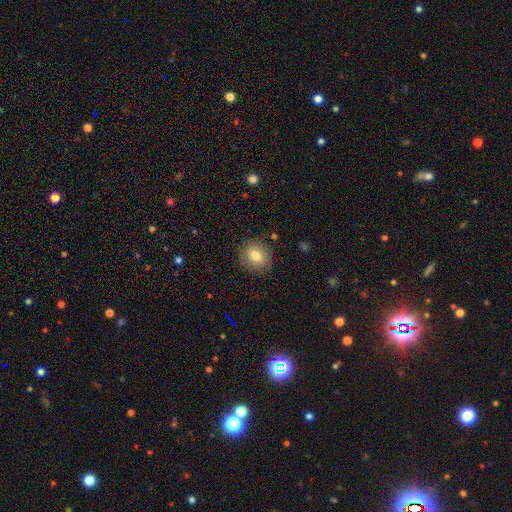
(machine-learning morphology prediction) Smooth or featured? smooth (76%)
How rounded? round (69%)
Merging? none (86%)